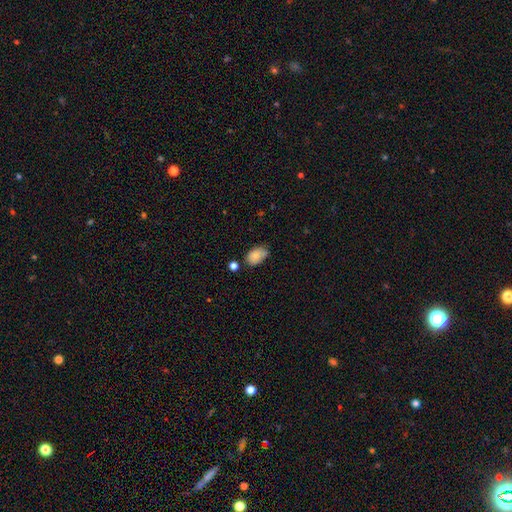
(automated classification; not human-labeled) A smooth galaxy with no disk features (82%) that is in between round and cigar-shaped (88%). Merging: none (55%).